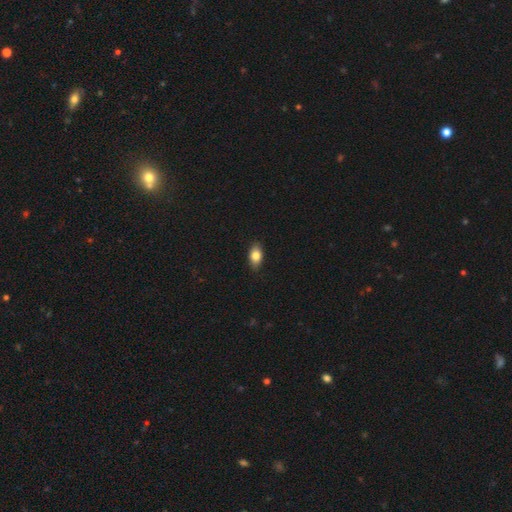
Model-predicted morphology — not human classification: A smooth galaxy with no disk features (82%) that is in between round and cigar-shaped (87%). Merging: none (86%).